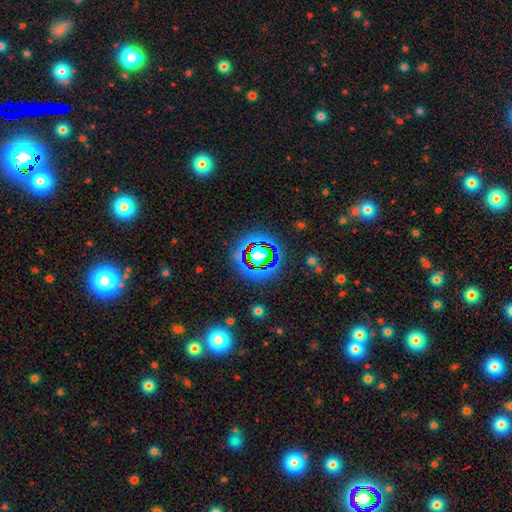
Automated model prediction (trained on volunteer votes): A star or artifact, not a galaxy (59%).